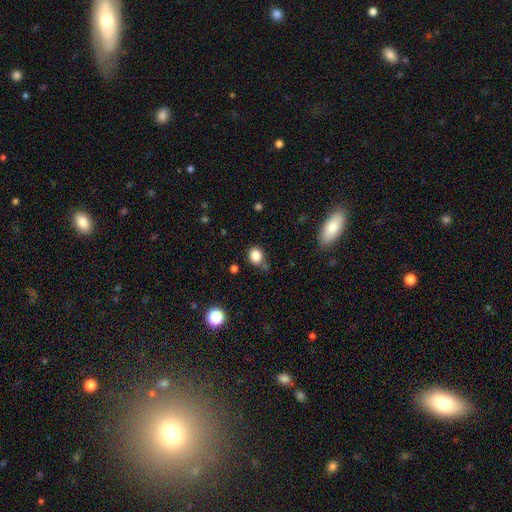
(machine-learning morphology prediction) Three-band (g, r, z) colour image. It shows a smooth galaxy with no disk features (84%) that is round (55%). Merging: none (67%).